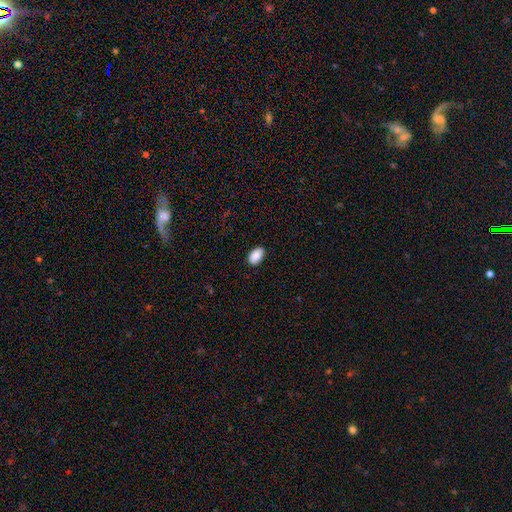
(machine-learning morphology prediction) Smooth or featured?
  - smooth: 90% *
  - star or artifact: 7%
  - featured or disk: 4%
How rounded?
  - in between: 92% *
  - round: 7%
  - cigar-shaped: 1%
Merging?
  - none: 87% *
  - minor disturbance: 10%
  - major disturbance: 2%
  - merger: 1%